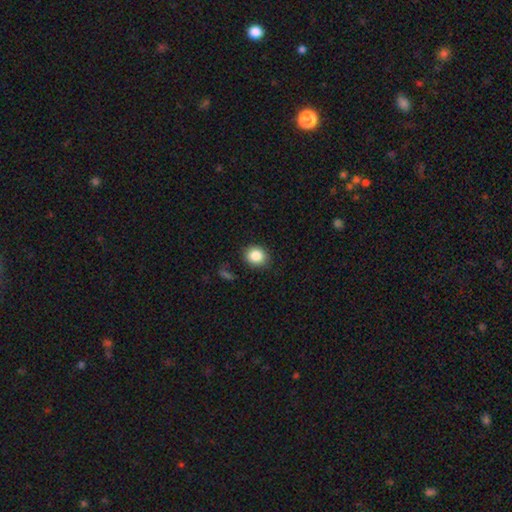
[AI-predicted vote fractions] This appears to be a smooth galaxy with no disk features (85%) that is round (67%). Merging: none (86%).